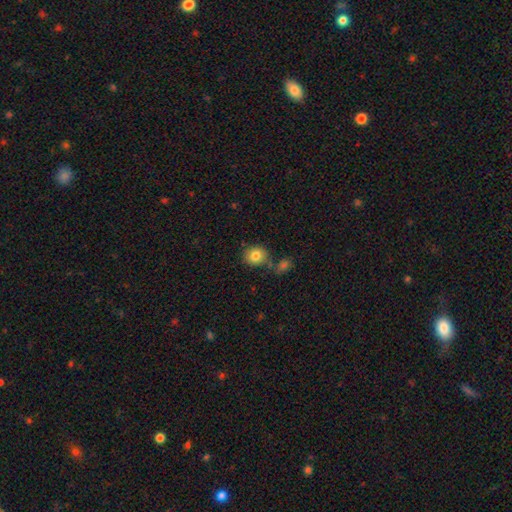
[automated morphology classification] A smooth galaxy with no disk features (82%) that is round (72%).

Vote fractions:
- Smooth or featured? smooth: 82% / star or artifact: 10% / featured or disk: 8%
- How rounded? round: 72% / in between: 27% / cigar-shaped: 1%
- Merging? none: 72% / merger: 12% / minor disturbance: 12% / major disturbance: 3%